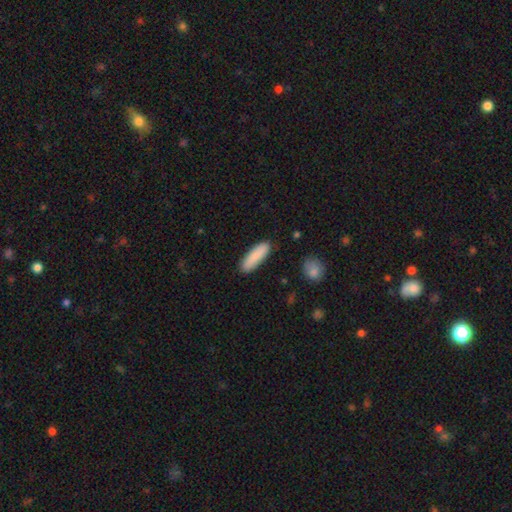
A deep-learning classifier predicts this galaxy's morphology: Overall: smooth (87%). How rounded: cigar-shaped (54%; in between 44%). Merging: none (88%).